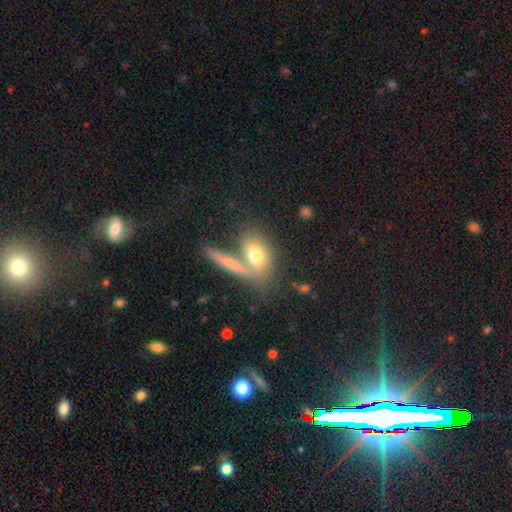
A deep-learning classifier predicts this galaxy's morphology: type=smooth (69%); roundness=in between (68%); merging=none (48%).